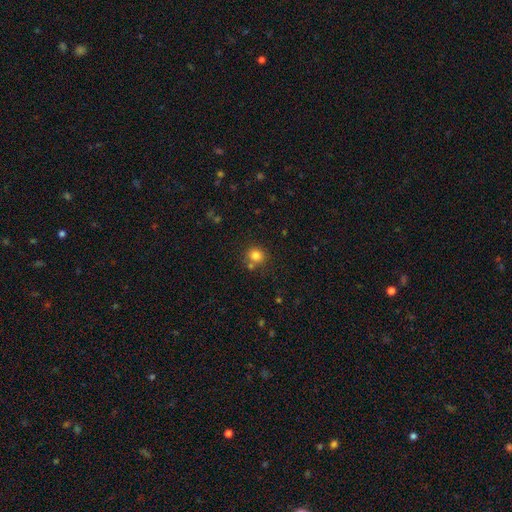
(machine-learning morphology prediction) Smooth or featured?
  - smooth: 81% *
  - star or artifact: 13%
  - featured or disk: 6%
How rounded?
  - round: 87% *
  - in between: 12%
  - cigar-shaped: 1%
Merging?
  - none: 75% *
  - merger: 13%
  - minor disturbance: 9%
  - major disturbance: 3%